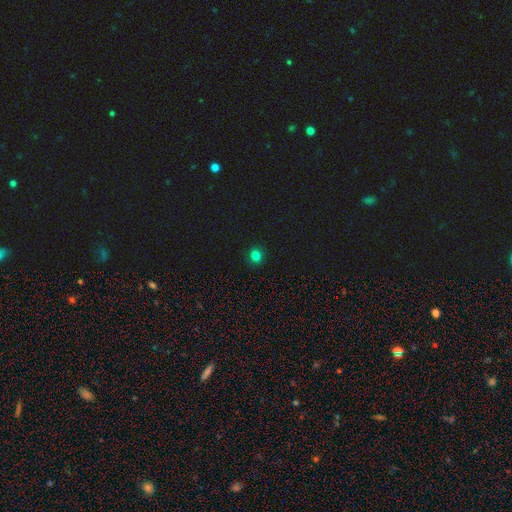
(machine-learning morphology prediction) Q: Smooth or featured?
A: smooth (80%); runner-up: star or artifact (16%)
Q: How rounded?
A: round (85%); runner-up: in between (14%)
Q: Merging?
A: none (91%); runner-up: minor disturbance (6%)